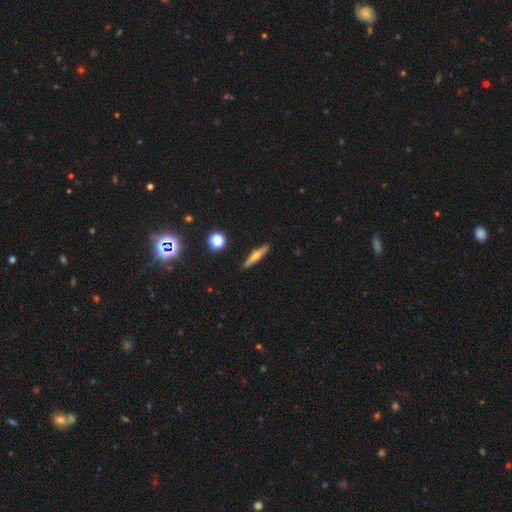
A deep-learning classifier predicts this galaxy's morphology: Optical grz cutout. It shows a featured or disk galaxy (54%) viewed edge-on (93%) with a rounded central bulge (90%). Merging: none (90%).